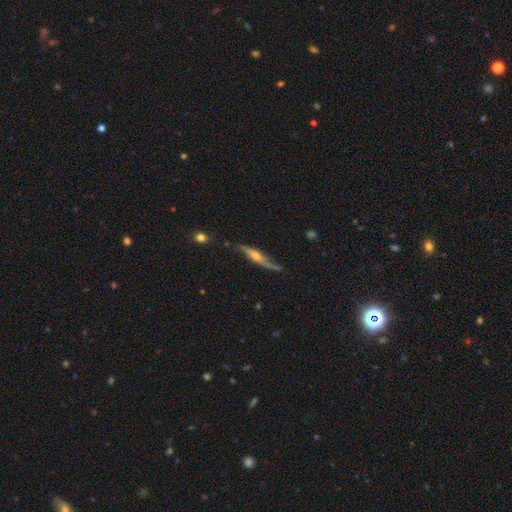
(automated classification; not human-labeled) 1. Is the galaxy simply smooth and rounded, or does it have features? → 76% featured or disk, 18% smooth, 7% star or artifact.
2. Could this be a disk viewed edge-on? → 87% yes, 13% no.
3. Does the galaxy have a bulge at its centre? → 85% rounded, 9% none, 7% boxy.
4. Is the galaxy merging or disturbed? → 67% none, 23% minor disturbance, 7% major disturbance, 3% merger.